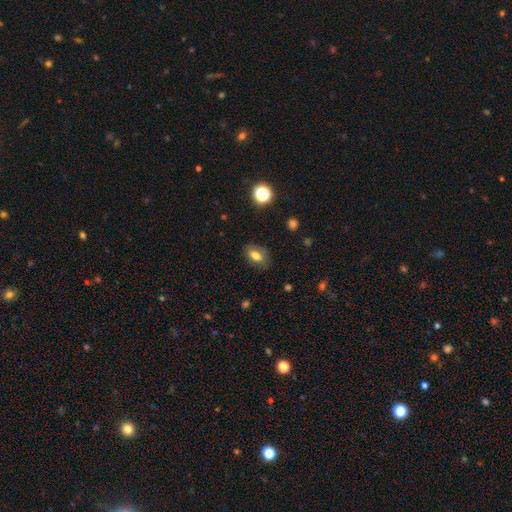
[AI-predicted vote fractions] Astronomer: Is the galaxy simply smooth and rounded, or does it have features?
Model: smooth — 75%.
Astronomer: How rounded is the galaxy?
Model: in between — 86%.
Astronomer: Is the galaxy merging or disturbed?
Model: none — 79%.